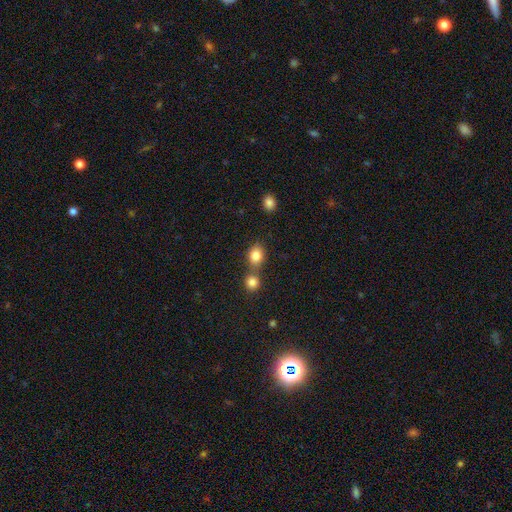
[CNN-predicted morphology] Overall: smooth (83%). How rounded: round (65%; in between 34%). Merging: none (52%; merger 36%).